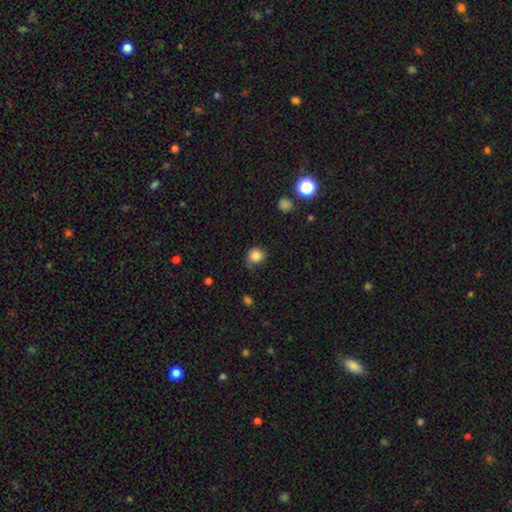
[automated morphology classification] smooth-or-featured: smooth: 85% | star or artifact: 11% | featured or disk: 5%
  how-rounded: round: 81% | in between: 19% | cigar-shaped: 1%
  merging: none: 64% | minor disturbance: 27% | major disturbance: 7% | merger: 2%